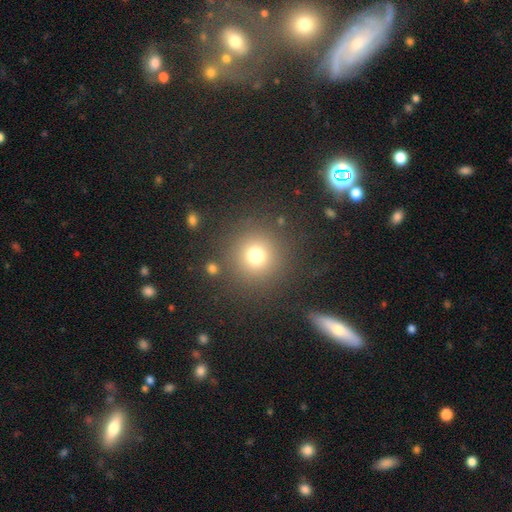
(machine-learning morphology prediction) smooth_or_featured: smooth (p=0.74) [alt: star or artifact p=0.17]
how_rounded: round (p=0.95) [alt: in between p=0.04]
merging: none (p=0.86) [alt: minor disturbance p=0.07]